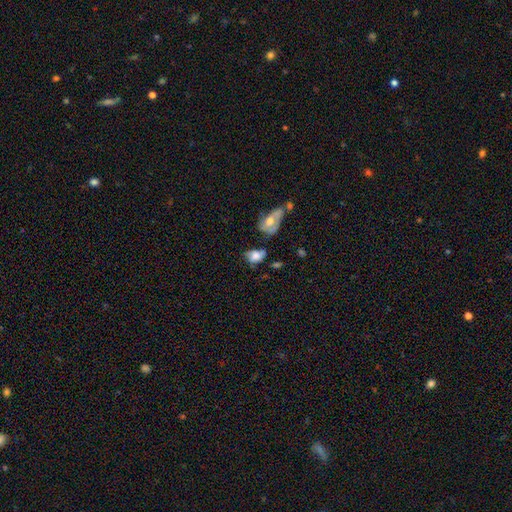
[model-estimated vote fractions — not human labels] This appears to be a smooth galaxy with no disk features (58%) that is in between round and cigar-shaped (75%). Merging: none (32%).